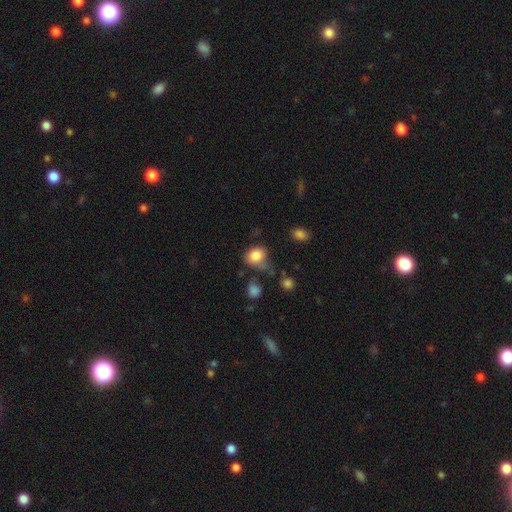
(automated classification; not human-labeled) Smooth or featured? Predicted: smooth (p=0.83). How rounded? Predicted: round (p=0.52). Merging? Predicted: none (p=0.49).